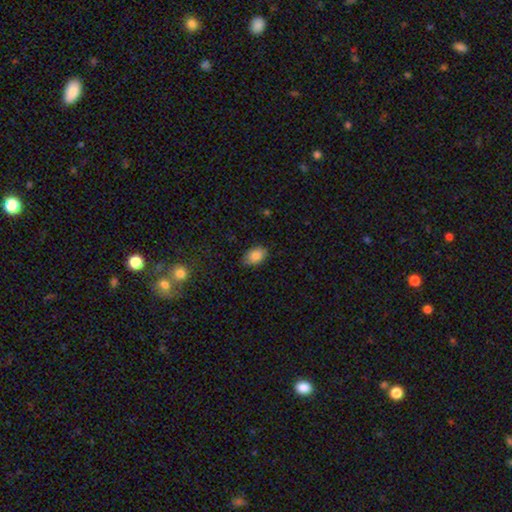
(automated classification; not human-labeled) A smooth galaxy with no disk features (86%) that is in between round and cigar-shaped (83%). Merging: none (79%).